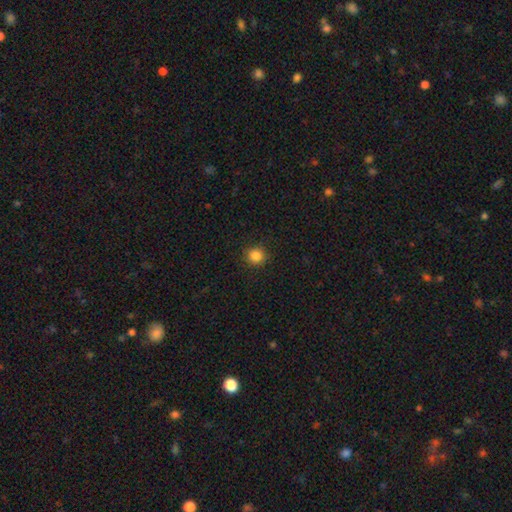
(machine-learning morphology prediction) smooth-or-featured: smooth: 85% | star or artifact: 11% | featured or disk: 3%
  how-rounded: round: 93% | in between: 6% | cigar-shaped: 1%
  merging: none: 91% | minor disturbance: 6% | major disturbance: 2% | merger: 1%